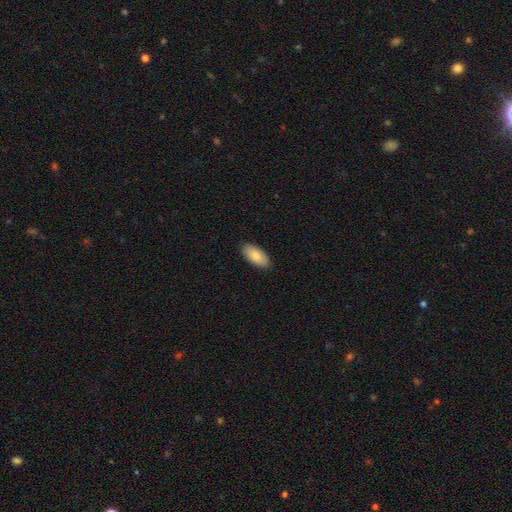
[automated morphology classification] Smooth or featured: smooth — 84% (featured or disk — 11%)
How rounded: in between — 93% (cigar-shaped — 4%)
Merging: none — 89% (minor disturbance — 9%)